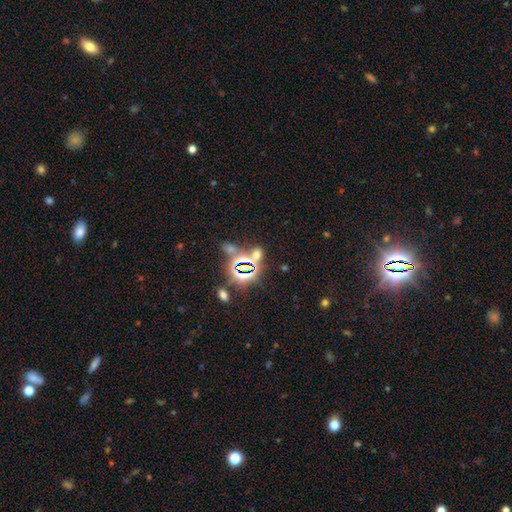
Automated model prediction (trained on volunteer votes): This appears to be a star or artifact, not a galaxy (57%).